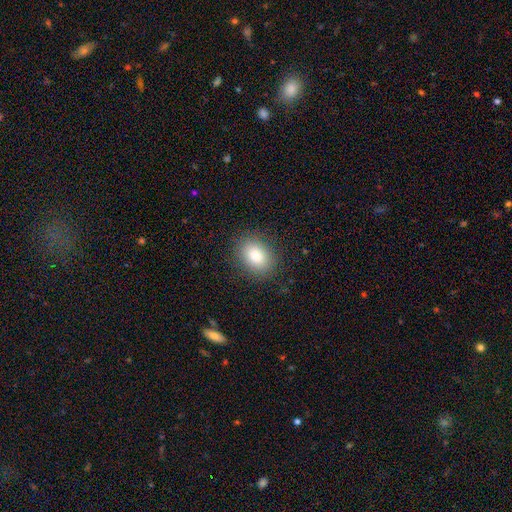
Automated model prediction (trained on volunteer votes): Smooth or featured? Predicted: smooth (p=0.84). How rounded? Predicted: in between (p=0.68). Merging? Predicted: none (p=0.85).